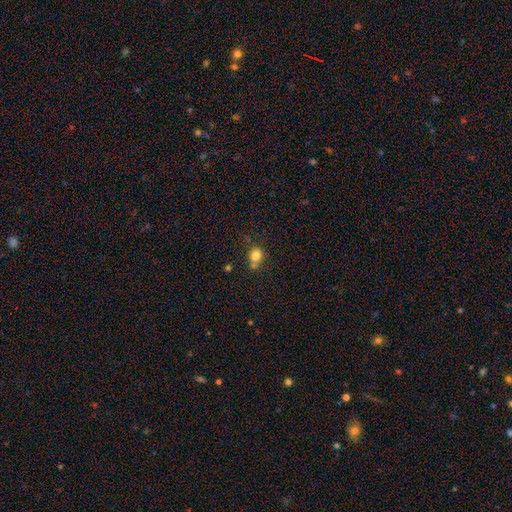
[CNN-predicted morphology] Smooth or featured: smooth — 80% (star or artifact — 13%)
How rounded: round — 78% (in between — 21%)
Merging: none — 57% (merger — 23%)